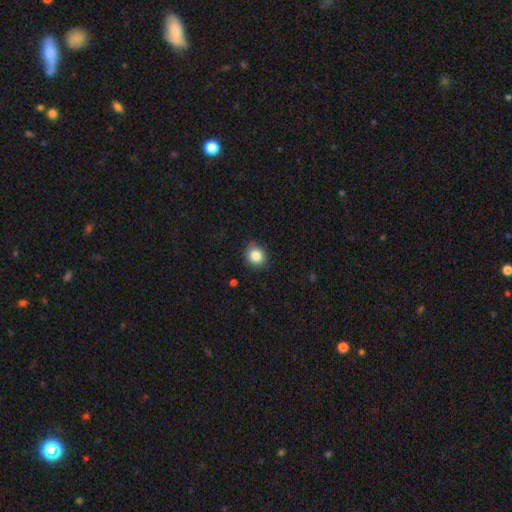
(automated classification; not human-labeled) Smooth or featured? Predicted: smooth (p=0.85). How rounded? Predicted: round (p=0.83). Merging? Predicted: none (p=0.85).